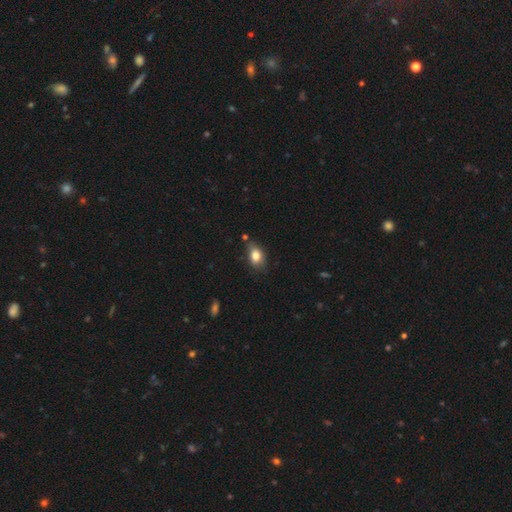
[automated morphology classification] This is clearly a smooth galaxy (82%). How rounded: likely in between (80%). Merging: likely none (68%).